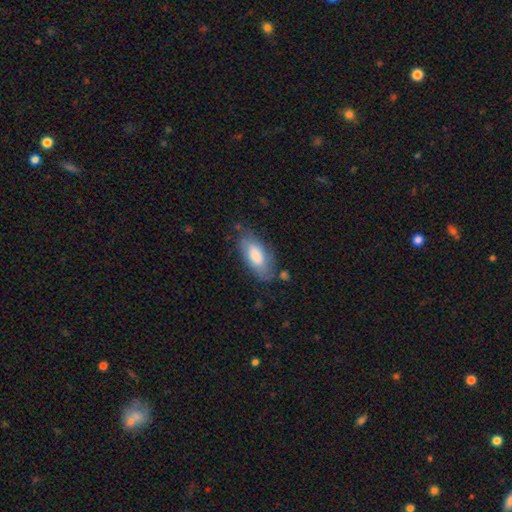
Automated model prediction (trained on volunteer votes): Smooth or featured? Predicted: smooth (p=0.77). How rounded? Predicted: in between (p=0.87). Merging? Predicted: none (p=0.68).